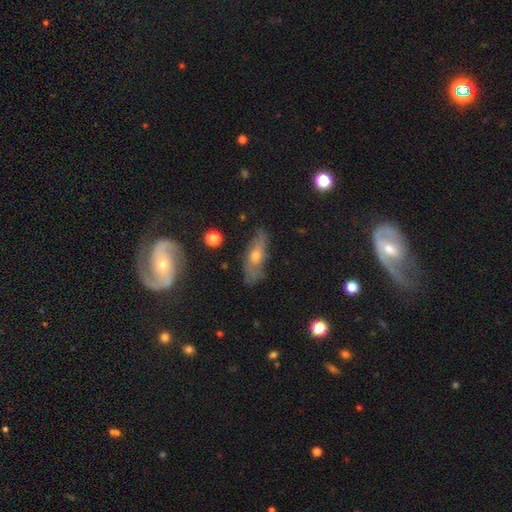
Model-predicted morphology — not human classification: This appears to be a featured or disk galaxy (62%). Merging: none (75%).